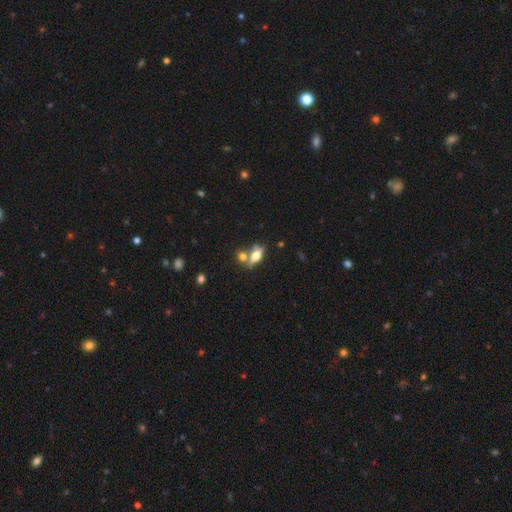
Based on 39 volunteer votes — Smooth or featured? 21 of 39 (54%) said smooth. How rounded? 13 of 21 (62%) said in between. Merging? 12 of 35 (34%) said none.